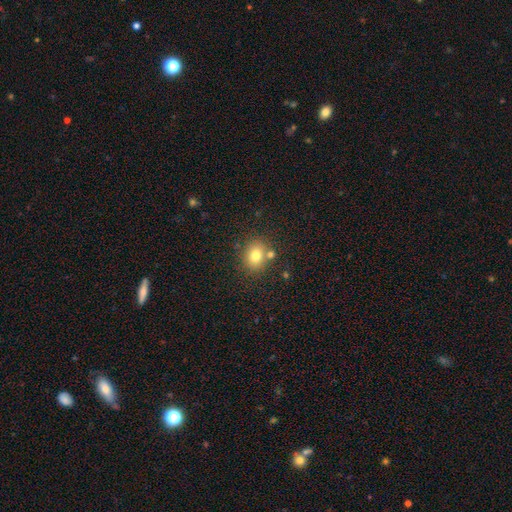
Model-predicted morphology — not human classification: This appears to be a smooth galaxy with no disk features (78%) that is round (59%). Merging: none (72%).